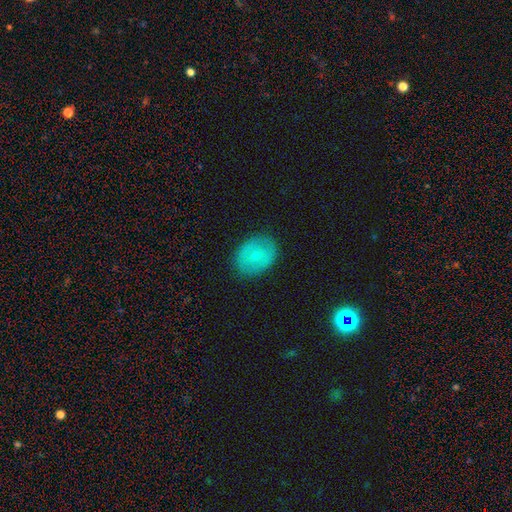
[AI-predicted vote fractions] This is likely a smooth galaxy (67%). How rounded: likely in between (61%). Merging: clearly none (84%).